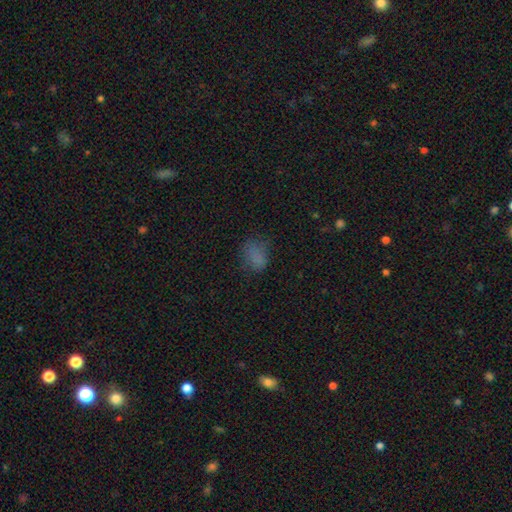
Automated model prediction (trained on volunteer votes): Smooth or featured?
  - smooth: 74% *
  - star or artifact: 18%
  - featured or disk: 8%
How rounded?
  - in between: 72% *
  - round: 26%
  - cigar-shaped: 2%
Merging?
  - none: 61% *
  - minor disturbance: 25%
  - major disturbance: 12%
  - merger: 2%